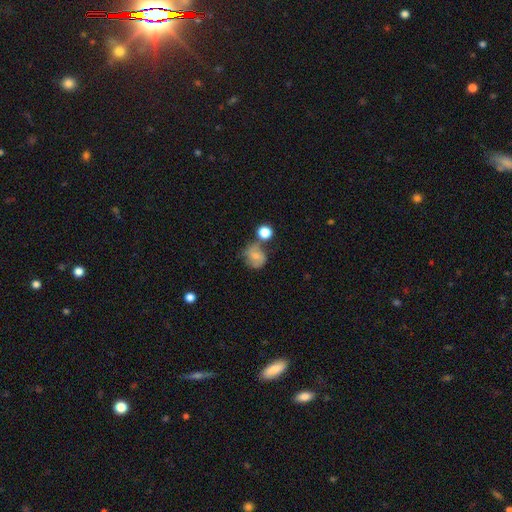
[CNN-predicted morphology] Smooth or featured?
  - smooth: 58% *
  - featured or disk: 32%
  - star or artifact: 11%
How rounded?
  - round: 74% *
  - in between: 25%
  - cigar-shaped: 1%
Merging?
  - none: 49% *
  - minor disturbance: 23%
  - merger: 18%
  - major disturbance: 10%